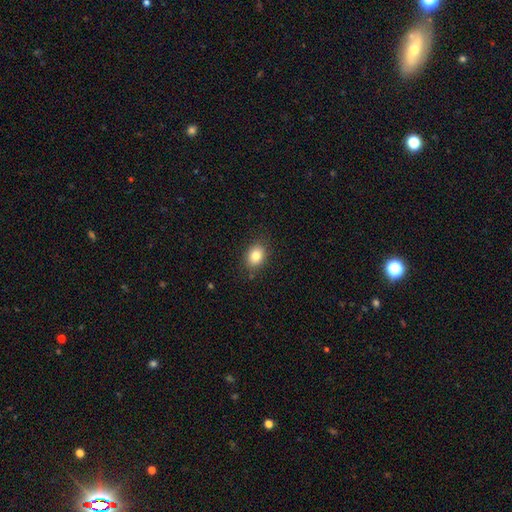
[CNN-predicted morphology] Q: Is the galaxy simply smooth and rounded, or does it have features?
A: smooth — 82%.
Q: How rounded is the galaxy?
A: in between — 66%.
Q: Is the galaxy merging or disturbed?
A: none — 85%.